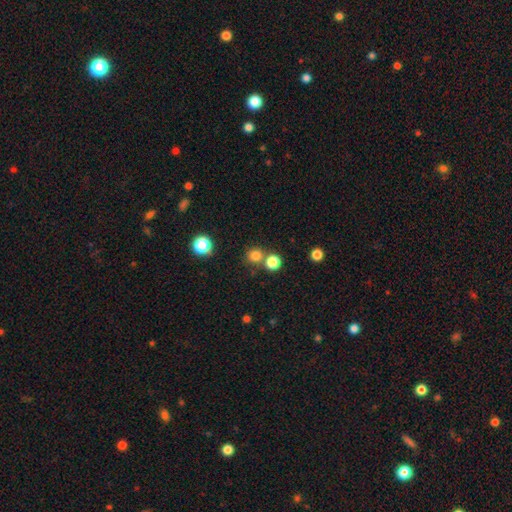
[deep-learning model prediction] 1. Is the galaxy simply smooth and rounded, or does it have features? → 79% smooth, 16% star or artifact, 5% featured or disk.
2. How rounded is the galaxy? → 92% round, 7% in between, 1% cigar-shaped.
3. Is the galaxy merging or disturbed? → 71% none, 20% merger, 6% minor disturbance, 3% major disturbance.